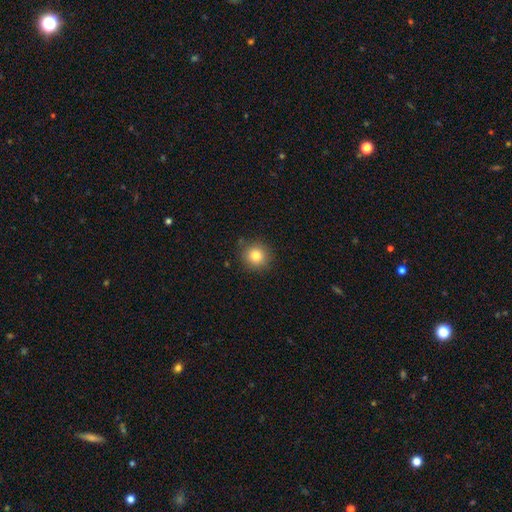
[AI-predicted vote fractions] Smooth or featured? smooth (82%)
How rounded? round (92%)
Merging? none (88%)